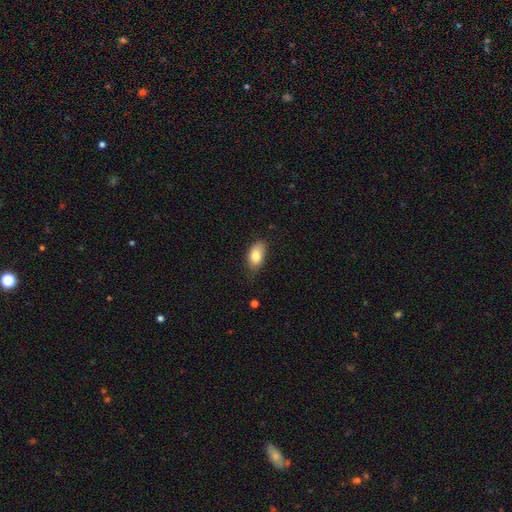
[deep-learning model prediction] The model was most divided on "merging": none: 69%, minor disturbance: 25%, major disturbance: 4%, merger: 1%. More confident: how rounded — in between (91%); smooth or featured — smooth (82%).